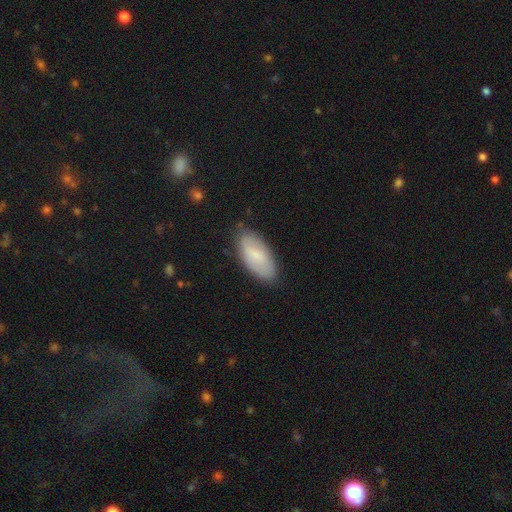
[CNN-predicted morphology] Overall: smooth (71%). How rounded: in between (91%). Merging: none (79%).